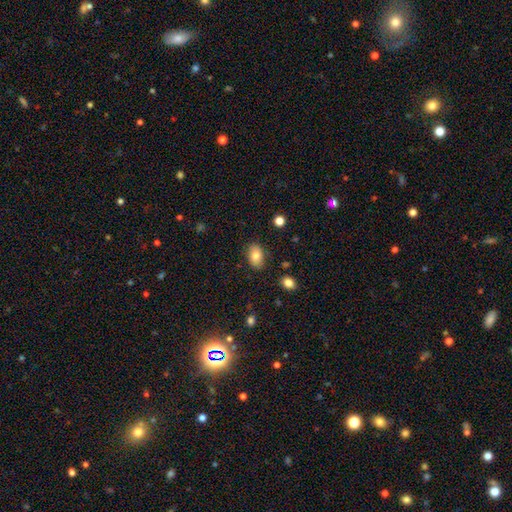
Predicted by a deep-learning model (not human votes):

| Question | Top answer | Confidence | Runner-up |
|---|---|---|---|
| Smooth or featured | smooth | 82% | featured or disk (10%) |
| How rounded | in between | 89% | round (9%) |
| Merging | none | 84% | minor disturbance (12%) |